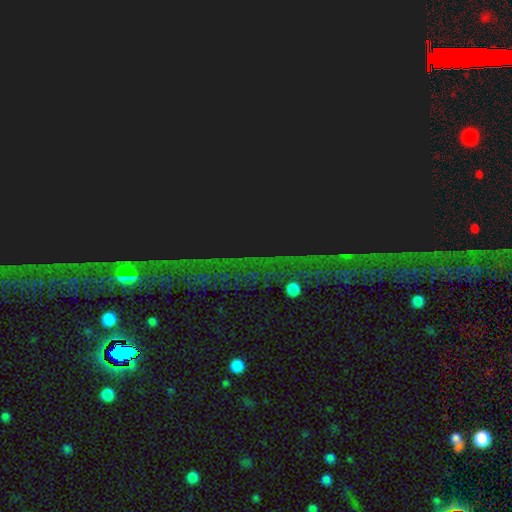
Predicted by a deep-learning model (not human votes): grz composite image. It shows a star or artifact, not a galaxy (83%).